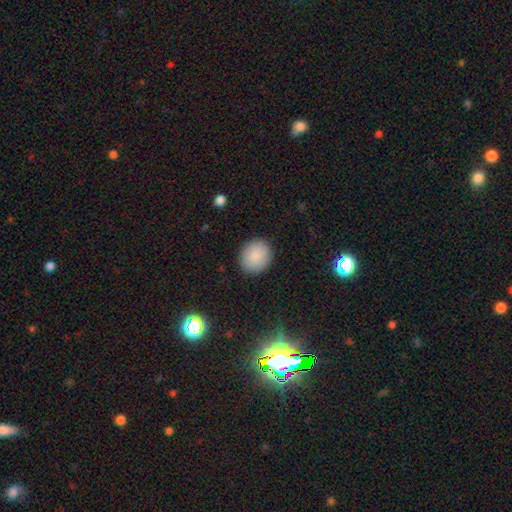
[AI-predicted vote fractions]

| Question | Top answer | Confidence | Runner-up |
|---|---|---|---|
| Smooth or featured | smooth | 88% | star or artifact (7%) |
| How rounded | round | 68% | in between (31%) |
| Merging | none | 89% | minor disturbance (8%) |